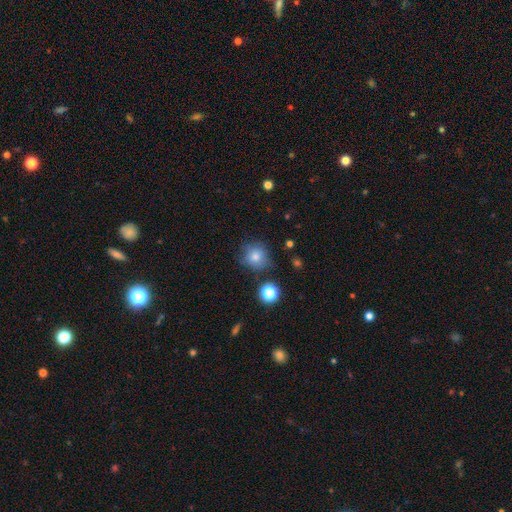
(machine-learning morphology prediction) This appears to be a smooth galaxy with no disk features (76%) that is round (89%). Merging: none (76%).